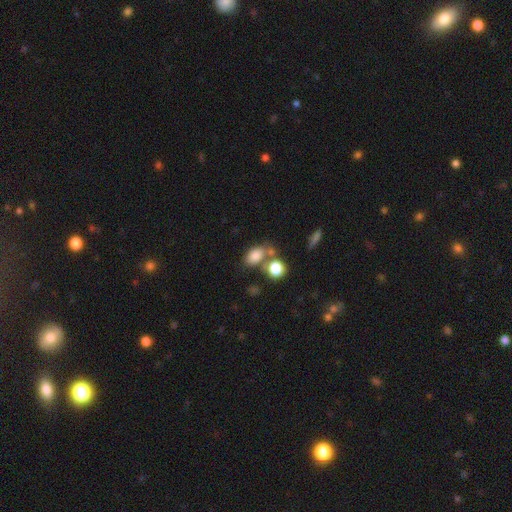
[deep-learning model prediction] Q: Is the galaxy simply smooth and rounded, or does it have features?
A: smooth — 79%.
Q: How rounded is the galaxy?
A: in between — 79%.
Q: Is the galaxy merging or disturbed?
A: none — 46%.